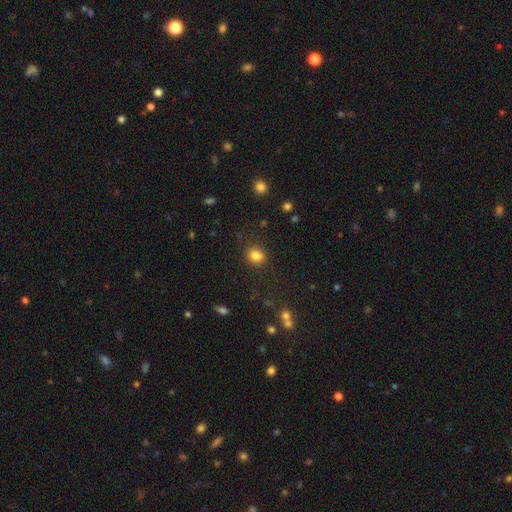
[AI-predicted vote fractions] This is clearly a smooth galaxy (81%). How rounded: likely round (71%). Merging: likely none (73%).